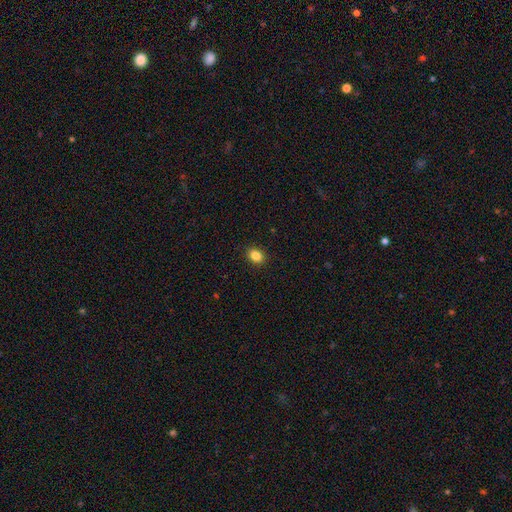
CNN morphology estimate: A smooth galaxy with no disk features (85%) that is in between round and cigar-shaped (55%). Merging: none (90%).